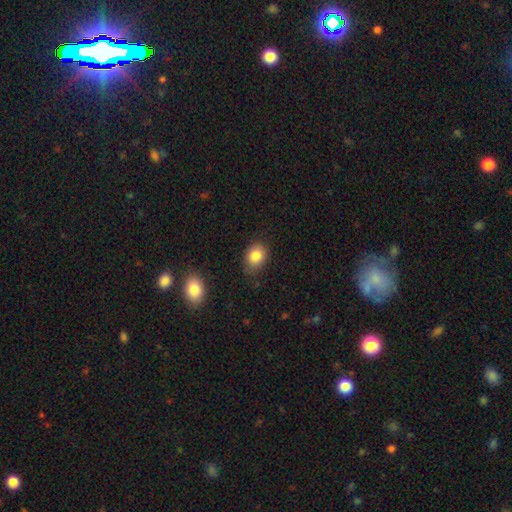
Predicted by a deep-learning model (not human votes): Smooth or featured?
  - smooth: 84% *
  - star or artifact: 9%
  - featured or disk: 7%
How rounded?
  - in between: 59% *
  - round: 40%
  - cigar-shaped: 1%
Merging?
  - none: 79% *
  - minor disturbance: 16%
  - major disturbance: 3%
  - merger: 2%